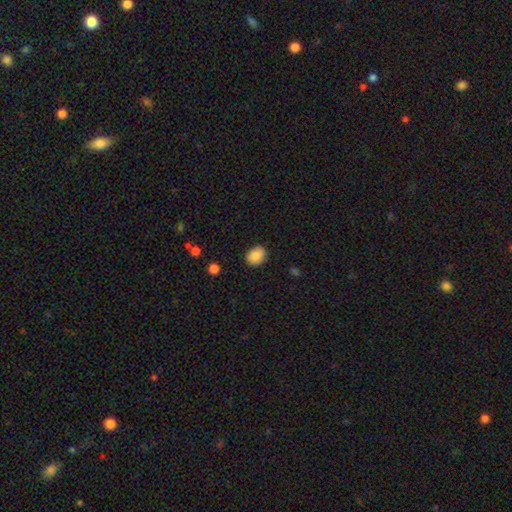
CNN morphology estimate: Smooth or featured: smooth — 88% (star or artifact — 8%)
How rounded: in between — 60% (round — 39%)
Merging: none — 86% (minor disturbance — 10%)